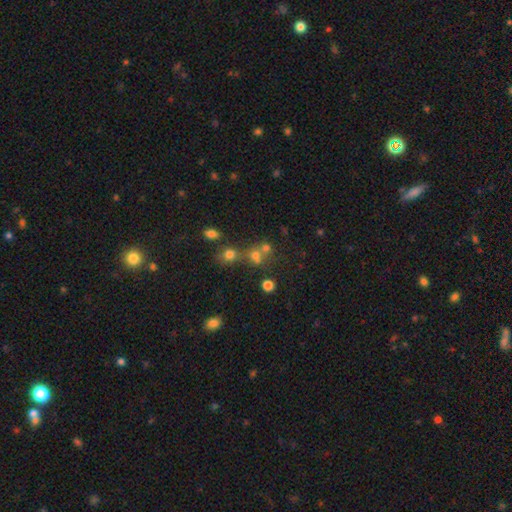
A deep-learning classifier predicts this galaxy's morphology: This is likely a smooth galaxy (63%). How rounded: likely round (75%). Merging: marginally merger (43%).